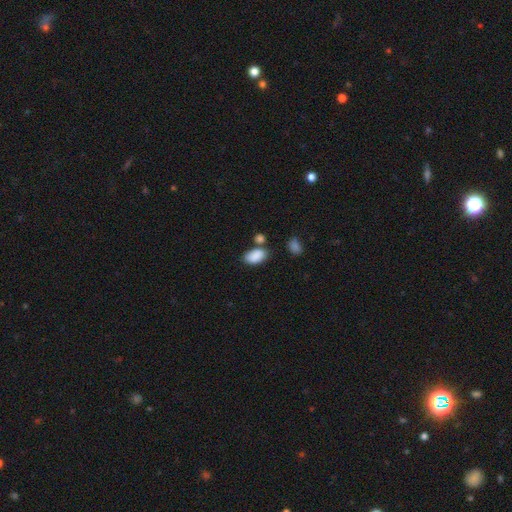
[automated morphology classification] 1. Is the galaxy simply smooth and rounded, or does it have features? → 88% smooth, 8% star or artifact, 5% featured or disk.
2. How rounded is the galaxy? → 92% in between, 6% round, 2% cigar-shaped.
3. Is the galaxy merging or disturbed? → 60% none, 19% merger, 16% minor disturbance, 5% major disturbance.